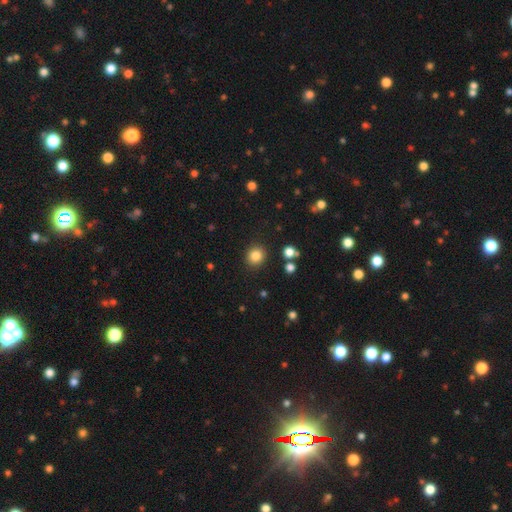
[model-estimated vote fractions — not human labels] Smooth or featured? Predicted: smooth (p=0.84). How rounded? Predicted: round (p=0.86). Merging? Predicted: none (p=0.89).